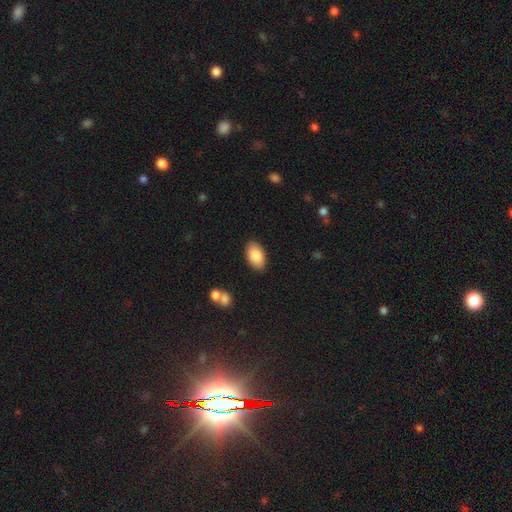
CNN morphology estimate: type=smooth (86%); roundness=in between (94%); merging=none (87%).